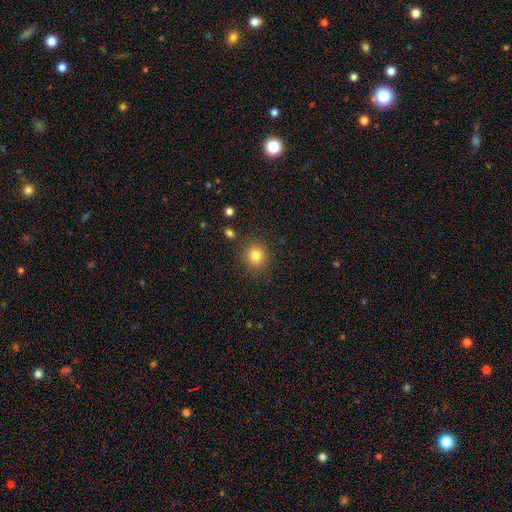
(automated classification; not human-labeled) Overall: smooth (82%). How rounded: round (89%). Merging: none (88%).